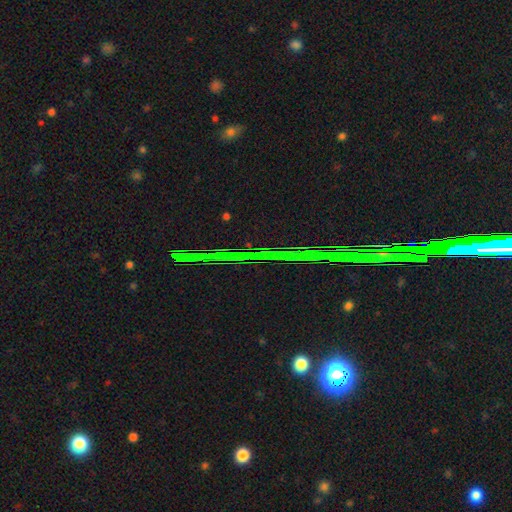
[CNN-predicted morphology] A star or artifact, not a galaxy (84%).

Vote fractions:
- Smooth or featured? star or artifact: 84% / featured or disk: 8% / smooth: 7%